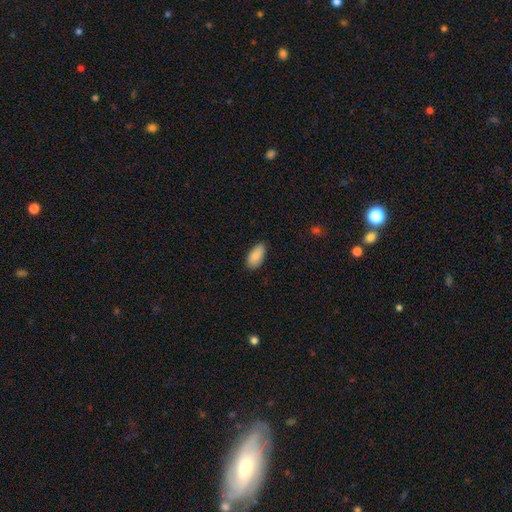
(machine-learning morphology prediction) smooth 88%, star or artifact 6%, featured or disk 6%. Down the decision tree: how rounded — in between (94%); merging — none (85%).